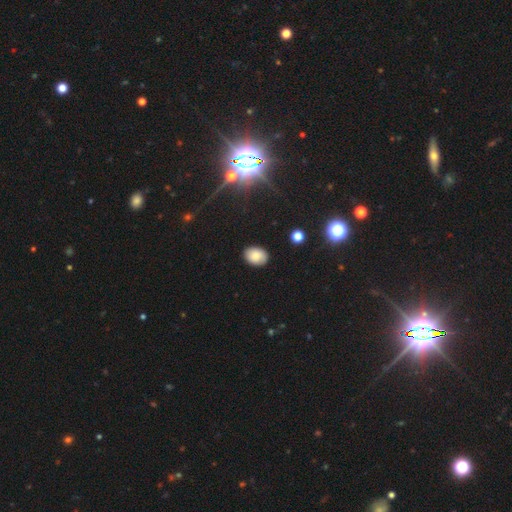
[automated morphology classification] Smooth or featured? Predicted: smooth (p=0.85). How rounded? Predicted: in between (p=0.80). Merging? Predicted: none (p=0.87).